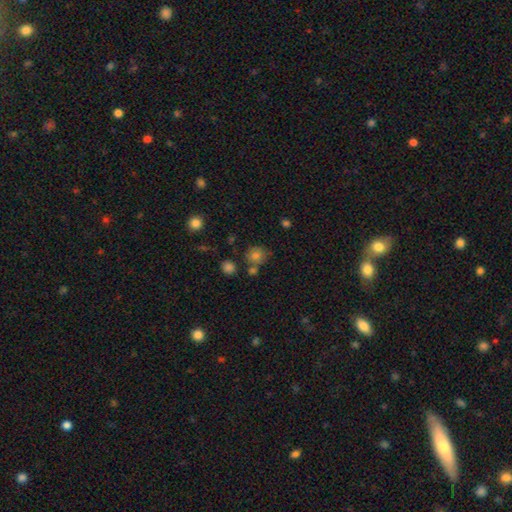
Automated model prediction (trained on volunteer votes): Smooth or featured? Predicted: smooth (p=0.77). How rounded? Predicted: round (p=0.83). Merging? Predicted: none (p=0.68).